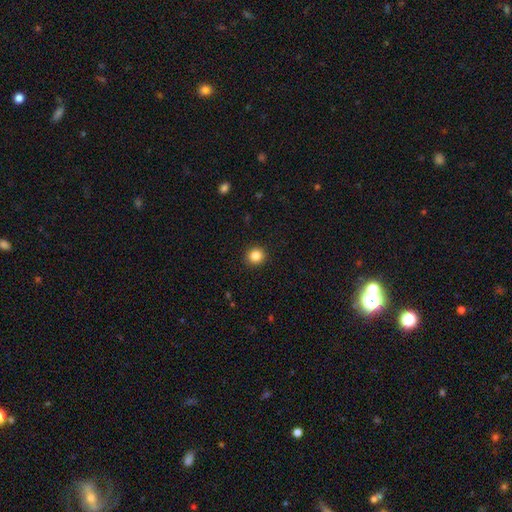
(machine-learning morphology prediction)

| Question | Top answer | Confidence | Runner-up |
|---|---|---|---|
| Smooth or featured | smooth | 84% | star or artifact (11%) |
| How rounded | round | 89% | in between (10%) |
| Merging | none | 92% | minor disturbance (5%) |